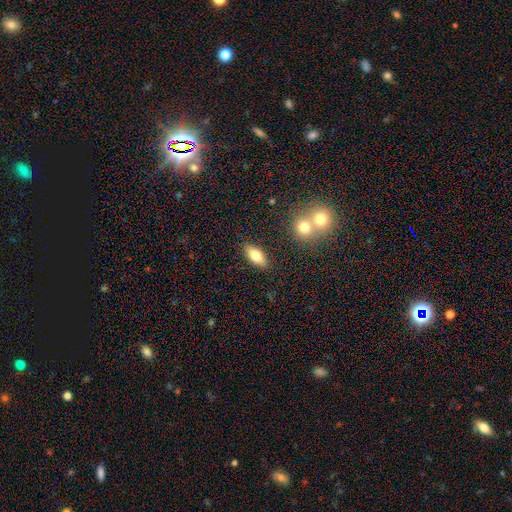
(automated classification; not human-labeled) Smooth or featured: smooth — 75% (featured or disk — 18%)
How rounded: in between — 81% (cigar-shaped — 15%)
Merging: none — 83% (minor disturbance — 10%)